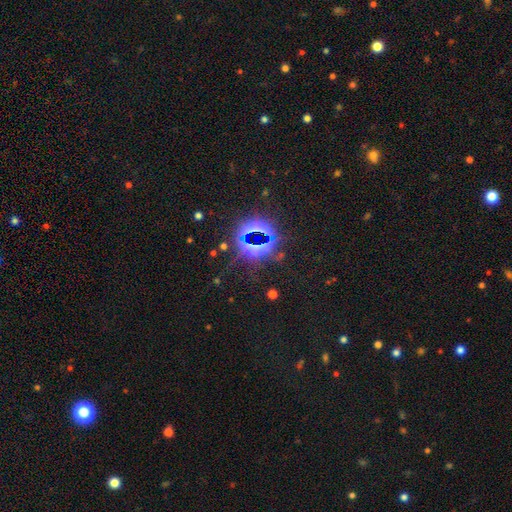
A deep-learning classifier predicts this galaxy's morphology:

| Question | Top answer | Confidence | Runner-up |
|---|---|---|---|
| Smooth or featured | star or artifact | 84% | smooth (8%) |